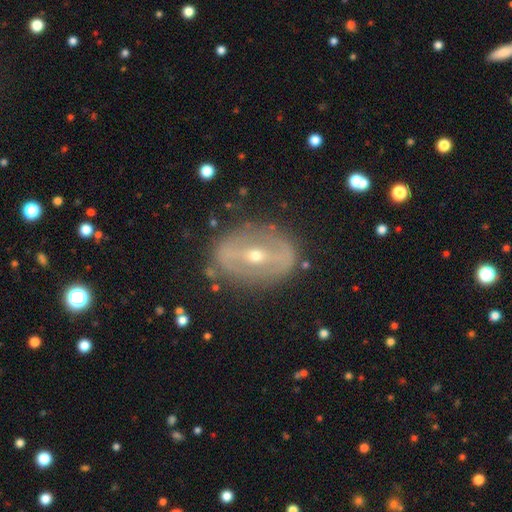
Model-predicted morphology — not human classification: smooth_or_featured: featured or disk (p=0.76) [alt: smooth p=0.16]
disk_edge_on: no (p=0.89) [alt: yes p=0.11]
bar: strong (p=0.62) [alt: weak p=0.26]
has_spiral_arms: no (p=0.63) [alt: yes p=0.37]
bulge_size: small (p=0.52) [alt: moderate p=0.45]
merging: none (p=0.79) [alt: minor disturbance p=0.14]